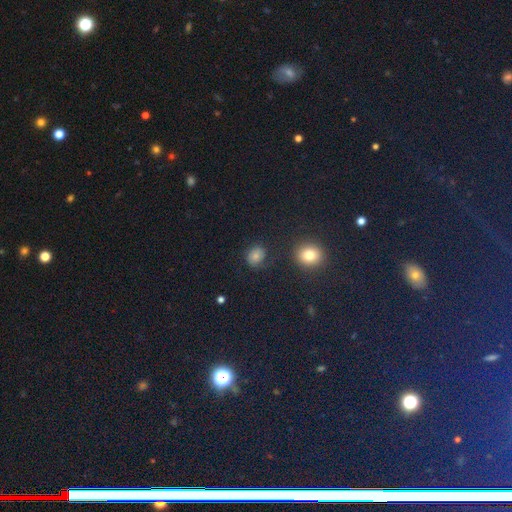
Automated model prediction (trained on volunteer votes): smooth_or_featured: smooth (p=0.62) [alt: star or artifact p=0.26]
how_rounded: round (p=0.70) [alt: in between p=0.29]
merging: none (p=0.77) [alt: minor disturbance p=0.14]